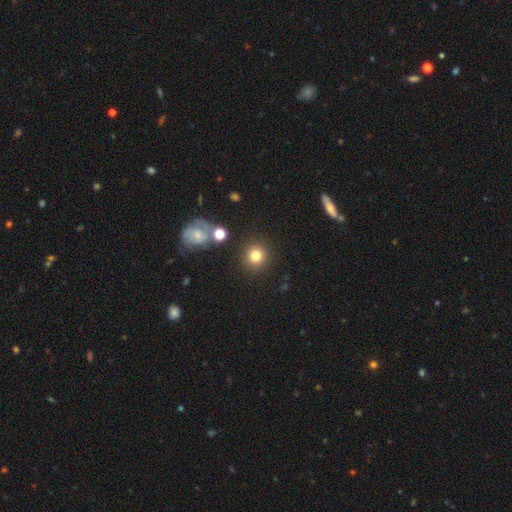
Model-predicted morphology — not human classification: This appears to be a smooth galaxy with no disk features (80%) that is round (91%). Merging: none (85%).